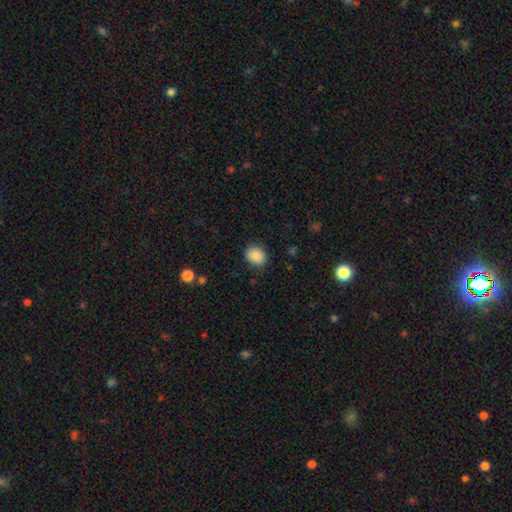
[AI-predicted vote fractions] This is clearly a smooth galaxy (87%). How rounded: possibly round (51%). Merging: clearly none (82%).